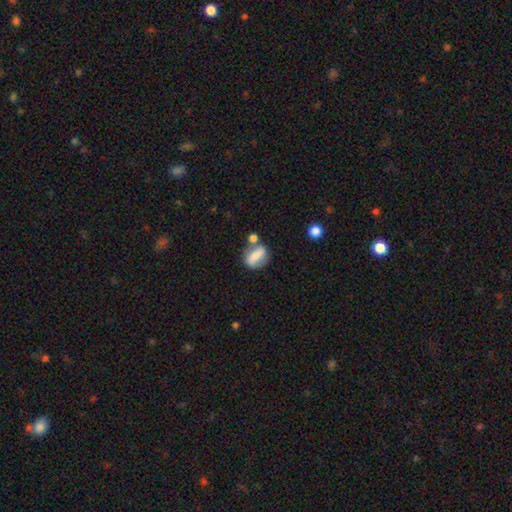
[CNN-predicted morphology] smooth-or-featured: smooth: 53% | featured or disk: 38% | star or artifact: 9%
  how-rounded: in between: 60% | round: 34% | cigar-shaped: 7%
  merging: none: 53% | merger: 21% | minor disturbance: 19% | major disturbance: 8%